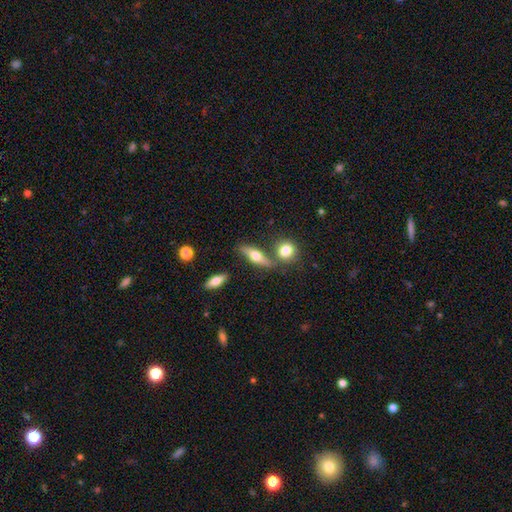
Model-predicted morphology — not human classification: type=smooth (49%); merging=none (70%).